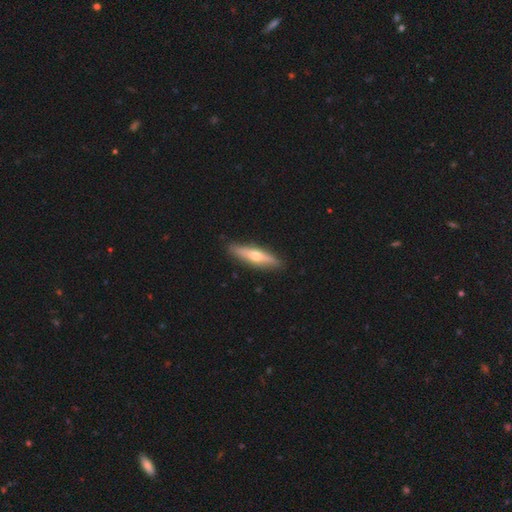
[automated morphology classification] Overall: featured or disk (57%; smooth 37%). Edge-on disk: yes (89%). Edge-on bulge: rounded (90%). Merging: none (89%).